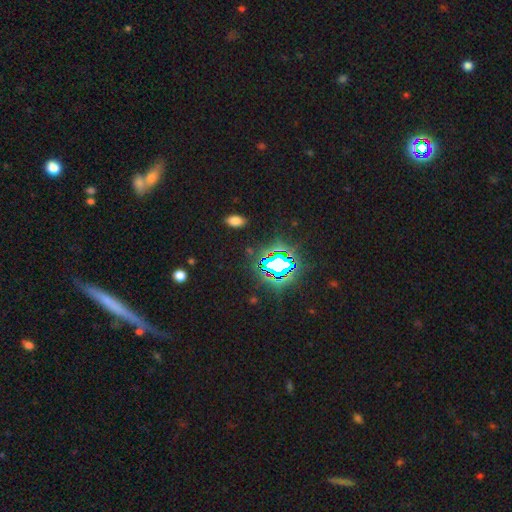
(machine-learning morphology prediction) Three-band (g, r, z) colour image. It shows a star or artifact, not a galaxy (77%).